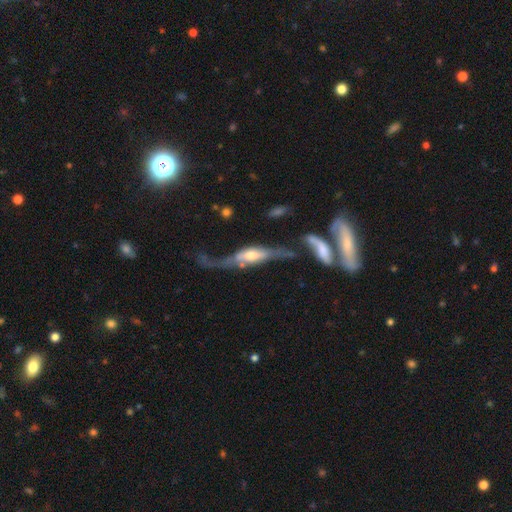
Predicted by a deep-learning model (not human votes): Smooth or featured? Predicted: featured or disk (p=0.78). Edge-on disk? Predicted: yes (p=0.58). Merging? Predicted: none (p=0.35).